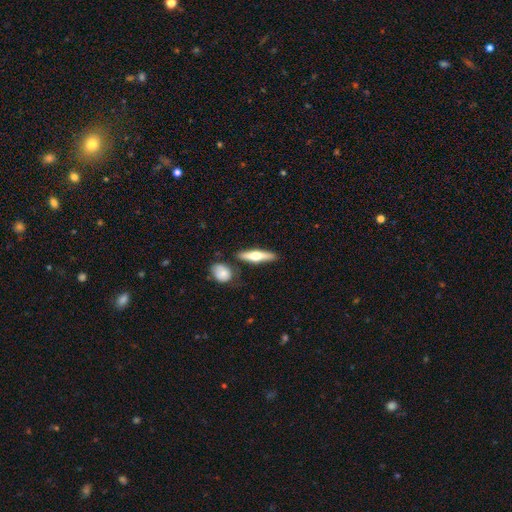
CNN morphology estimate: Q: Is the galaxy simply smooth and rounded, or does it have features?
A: featured or disk — 49%.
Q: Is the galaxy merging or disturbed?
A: none — 81%.